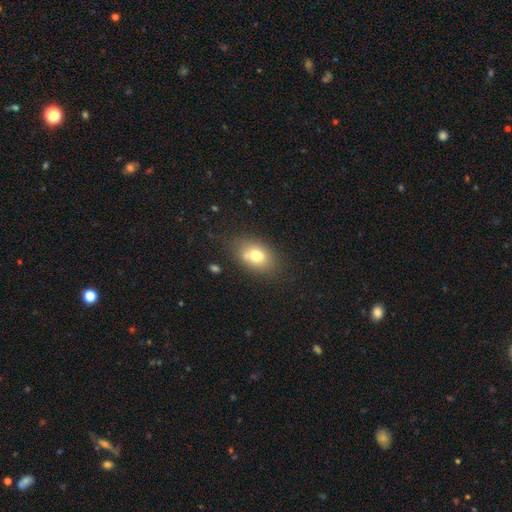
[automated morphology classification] smooth-or-featured: smooth: 68% | featured or disk: 22% | star or artifact: 10%
  how-rounded: in between: 77% | round: 21% | cigar-shaped: 2%
  merging: none: 64% | minor disturbance: 16% | merger: 14% | major disturbance: 5%